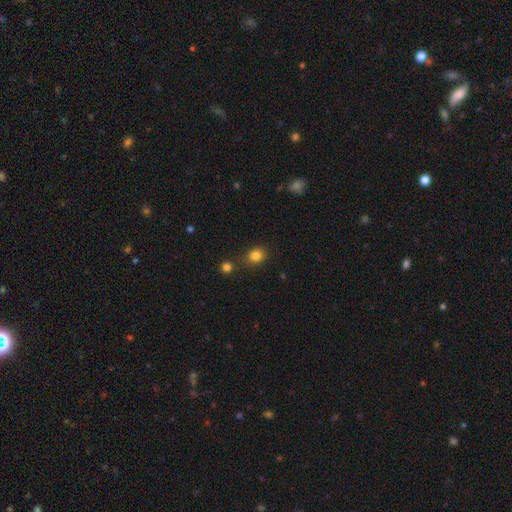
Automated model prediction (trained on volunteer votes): Smooth or featured: smooth — 82% (star or artifact — 13%)
How rounded: round — 69% (in between — 30%)
Merging: none — 77% (minor disturbance — 11%)